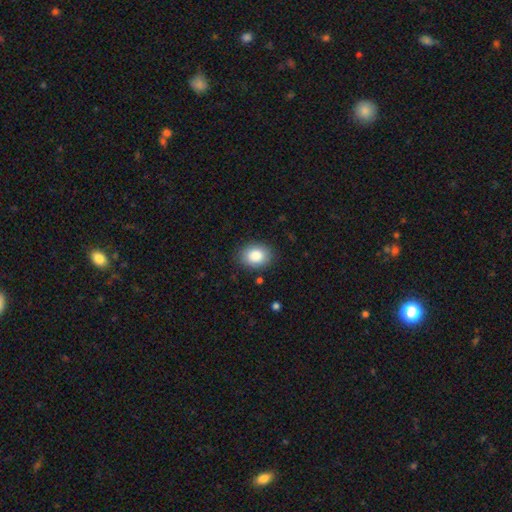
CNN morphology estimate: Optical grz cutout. It shows a smooth galaxy with no disk features (87%) that is in between round and cigar-shaped (58%). Merging: none (85%).